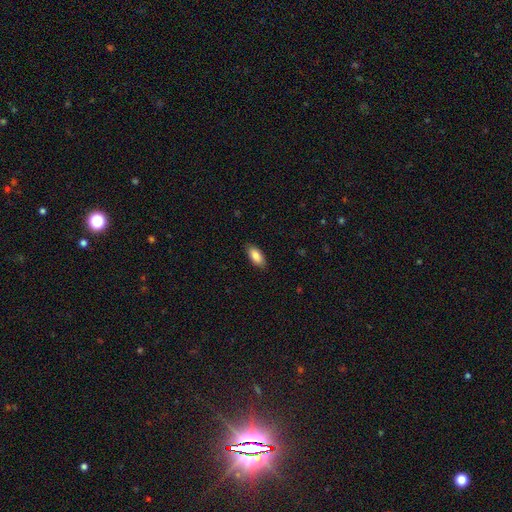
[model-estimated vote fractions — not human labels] Q: Smooth or featured?
A: smooth (86%); runner-up: featured or disk (7%)
Q: How rounded?
A: in between (89%); runner-up: cigar-shaped (9%)
Q: Merging?
A: none (88%); runner-up: minor disturbance (9%)